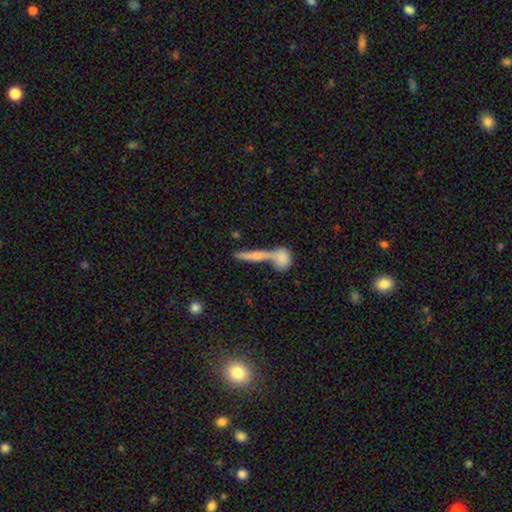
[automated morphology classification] The model was most divided on "merging": none: 48%, merger: 38%, minor disturbance: 10%, major disturbance: 5%. More confident: how rounded — cigar-shaped (78%); smooth or featured — smooth (57%).